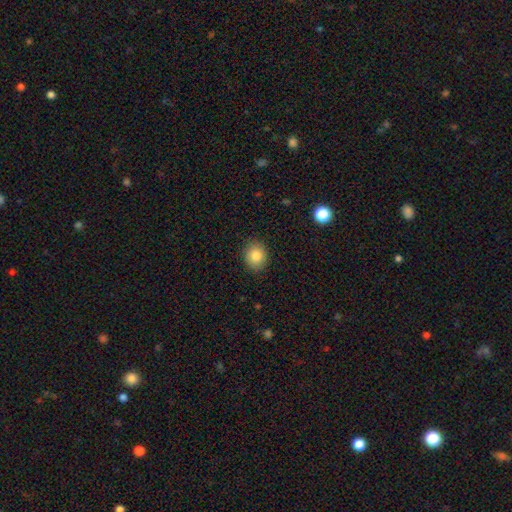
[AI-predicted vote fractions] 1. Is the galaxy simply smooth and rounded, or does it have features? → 84% smooth, 9% star or artifact, 7% featured or disk.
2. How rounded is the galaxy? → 58% round, 41% in between, 1% cigar-shaped.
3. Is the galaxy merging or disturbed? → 88% none, 9% minor disturbance, 2% major disturbance, 1% merger.